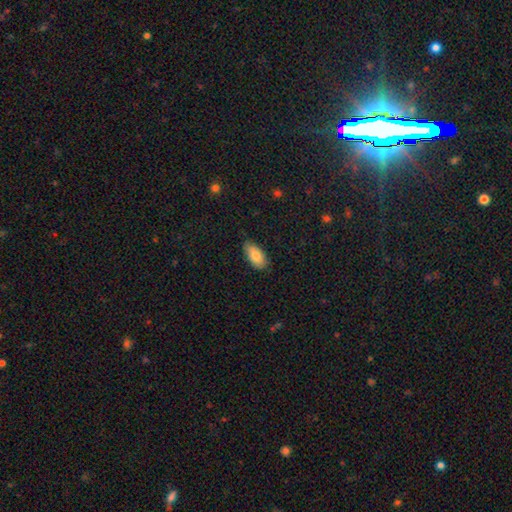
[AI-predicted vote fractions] Smooth or featured? smooth (82%)
How rounded? in between (92%)
Merging? none (79%)